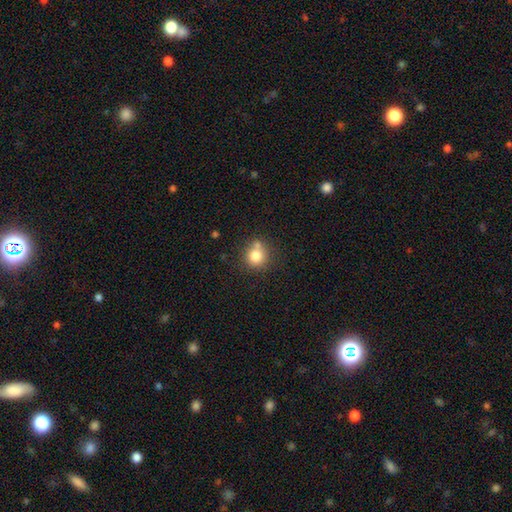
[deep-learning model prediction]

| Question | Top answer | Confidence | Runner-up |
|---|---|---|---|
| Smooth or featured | smooth | 79% | star or artifact (11%) |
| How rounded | round | 88% | in between (11%) |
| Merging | none | 64% | merger (18%) |